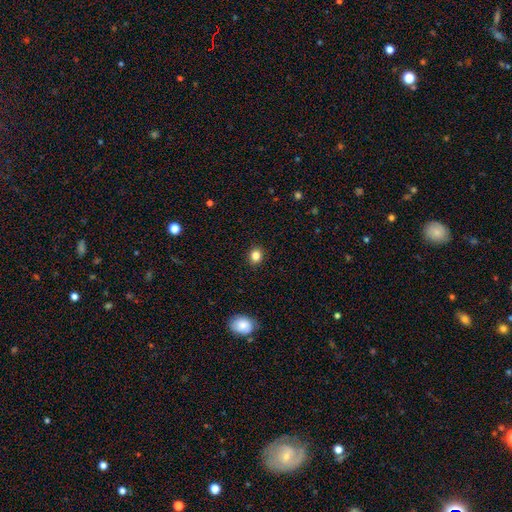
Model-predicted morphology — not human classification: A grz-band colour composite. It shows a smooth galaxy with no disk features (84%) that is round (64%). Merging: none (91%).